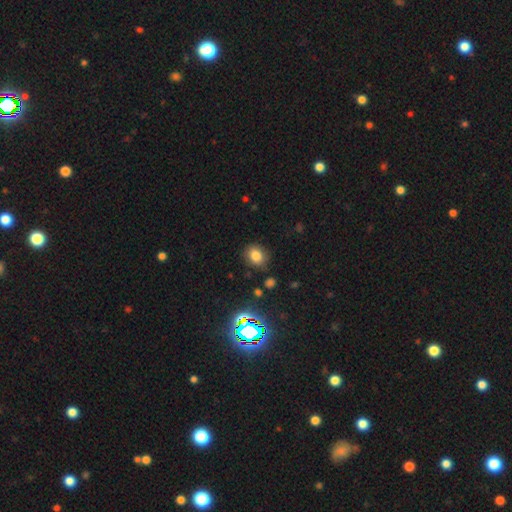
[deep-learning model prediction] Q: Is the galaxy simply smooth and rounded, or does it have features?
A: smooth — 76%.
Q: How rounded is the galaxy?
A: round — 55%.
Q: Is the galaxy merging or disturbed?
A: none — 82%.